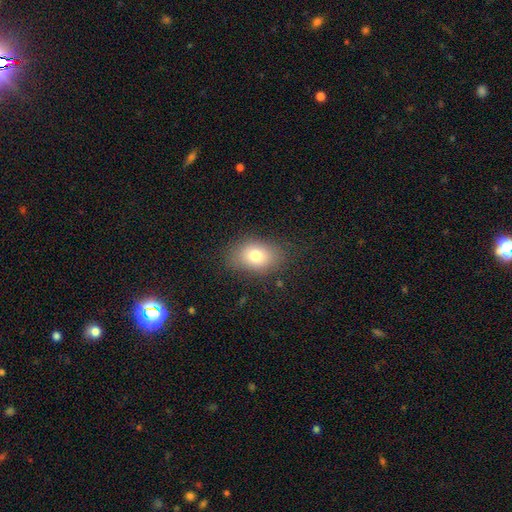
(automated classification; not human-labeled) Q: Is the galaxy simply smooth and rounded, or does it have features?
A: smooth — 78%.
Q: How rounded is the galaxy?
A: in between — 76%.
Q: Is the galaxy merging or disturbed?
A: none — 79%.